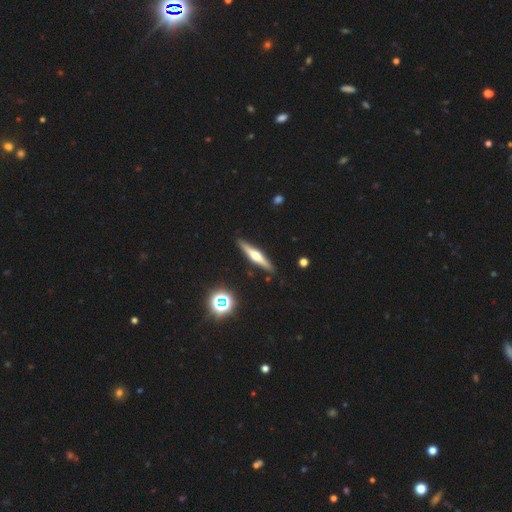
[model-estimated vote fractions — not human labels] smooth_or_featured: featured or disk (p=0.66) [alt: smooth p=0.26]
disk_edge_on: yes (p=0.97) [alt: no p=0.03]
edge_on_bulge: rounded (p=0.91) [alt: boxy p=0.05]
merging: none (p=0.90) [alt: minor disturbance p=0.07]